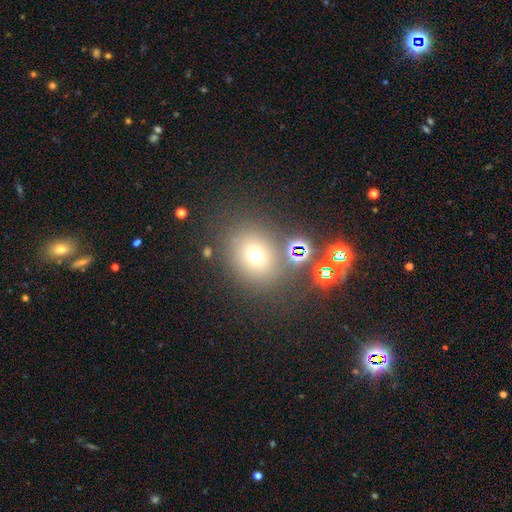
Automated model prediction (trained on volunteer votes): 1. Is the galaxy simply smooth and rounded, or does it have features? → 64% smooth, 23% star or artifact, 13% featured or disk.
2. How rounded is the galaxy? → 64% round, 35% in between, 1% cigar-shaped.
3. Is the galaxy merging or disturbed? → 75% none, 11% minor disturbance, 8% merger, 6% major disturbance.